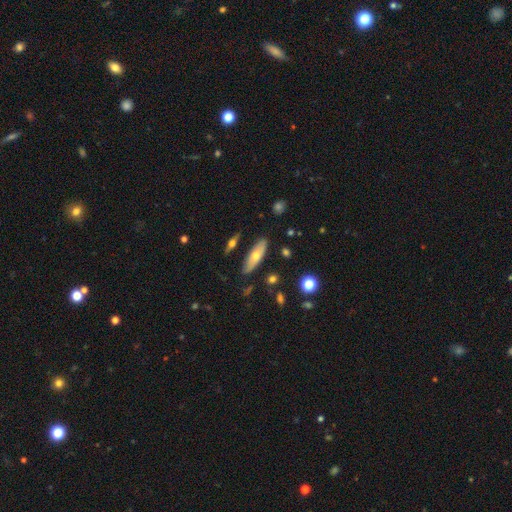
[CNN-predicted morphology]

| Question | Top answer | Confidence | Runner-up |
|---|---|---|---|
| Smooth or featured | smooth | 53% | featured or disk (40%) |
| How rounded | in between | 55% | cigar-shaped (42%) |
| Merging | none | 80% | minor disturbance (14%) |